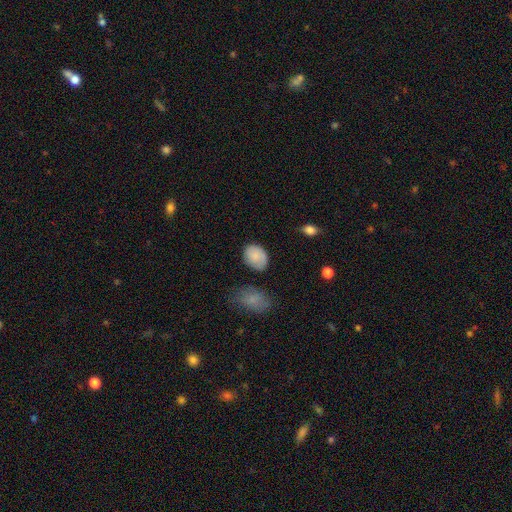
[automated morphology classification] smooth 85%, featured or disk 8%, star or artifact 7%. Down the decision tree: how rounded — in between (64%); merging — none (68%).